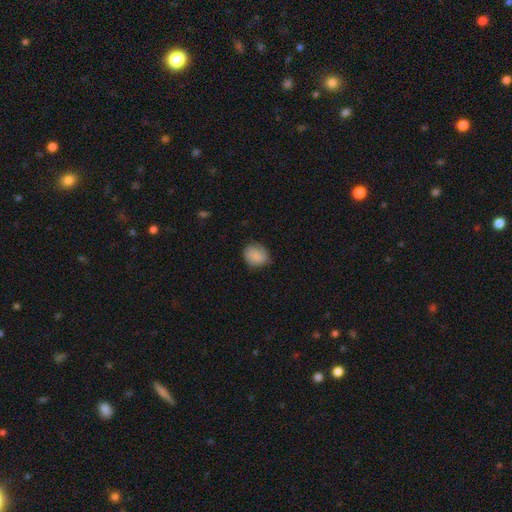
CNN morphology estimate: type=smooth (76%); roundness=round (57%); merging=none (71%).